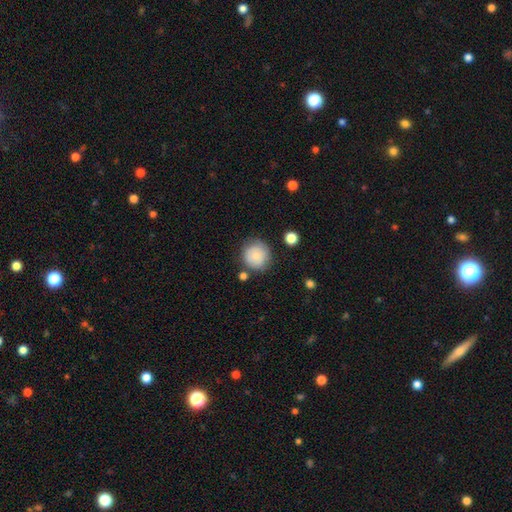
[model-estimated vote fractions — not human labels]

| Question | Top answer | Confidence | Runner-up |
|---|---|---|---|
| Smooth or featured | smooth | 81% | featured or disk (11%) |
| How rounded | round | 93% | in between (6%) |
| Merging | none | 79% | minor disturbance (13%) |